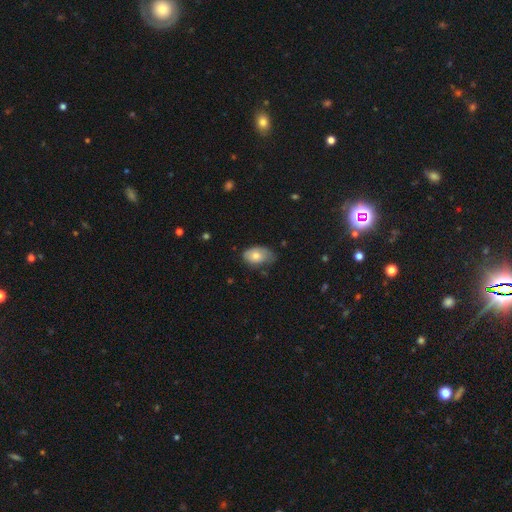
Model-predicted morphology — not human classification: A smooth galaxy with no disk features (74%) that is in between round and cigar-shaped (89%).

Vote fractions:
- Smooth or featured? smooth: 74% / featured or disk: 19% / star or artifact: 7%
- How rounded? in between: 89% / round: 9% / cigar-shaped: 2%
- Merging? none: 48% / minor disturbance: 40% / major disturbance: 10% / merger: 2%